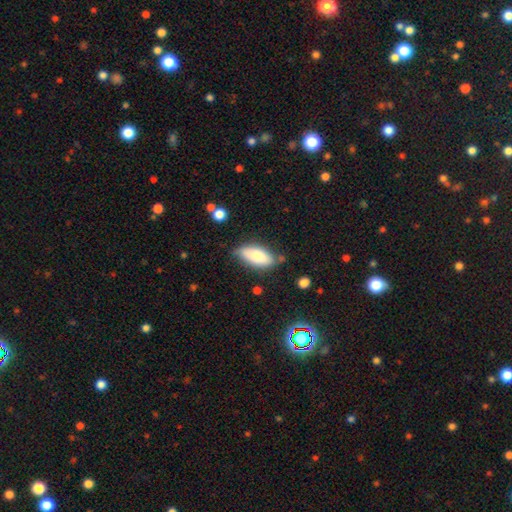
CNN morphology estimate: Smooth or featured: smooth — 78% (featured or disk — 16%)
How rounded: in between — 86% (cigar-shaped — 12%)
Merging: none — 71% (minor disturbance — 21%)